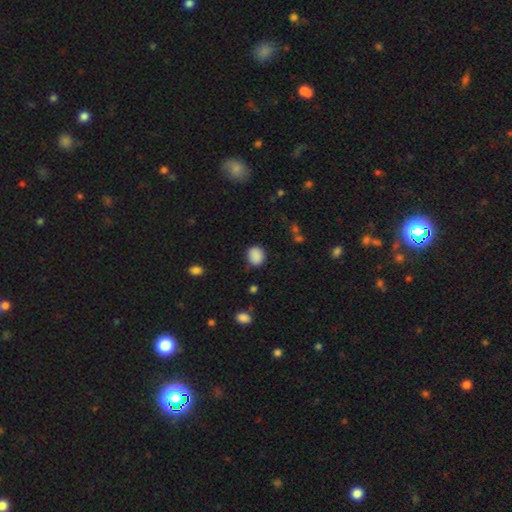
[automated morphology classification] smooth 88%, star or artifact 9%, featured or disk 3%. Down the decision tree: how rounded — round (70%); merging — none (83%).